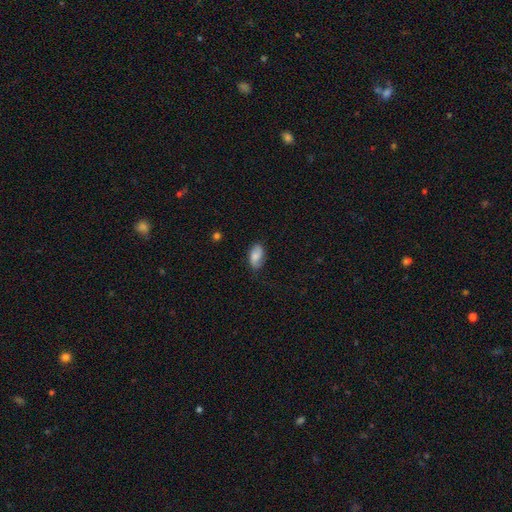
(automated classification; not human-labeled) Smooth or featured: smooth — 75% (featured or disk — 18%)
How rounded: in between — 93% (round — 5%)
Merging: none — 74% (minor disturbance — 21%)